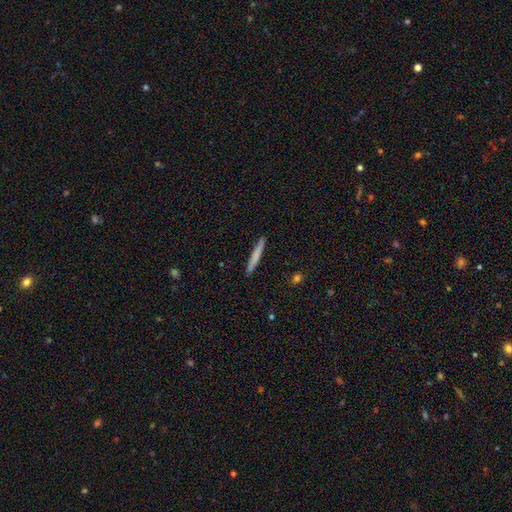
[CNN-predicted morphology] smooth_or_featured: smooth (p=0.69) [alt: featured or disk p=0.25]
how_rounded: cigar-shaped (p=0.97) [alt: in between p=0.02]
merging: none (p=0.92) [alt: minor disturbance p=0.06]